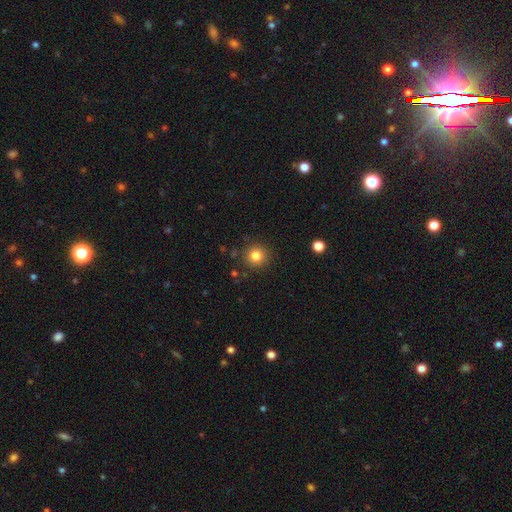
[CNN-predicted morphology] Smooth or featured? Predicted: smooth (p=0.82). How rounded? Predicted: round (p=0.94). Merging? Predicted: none (p=0.89).